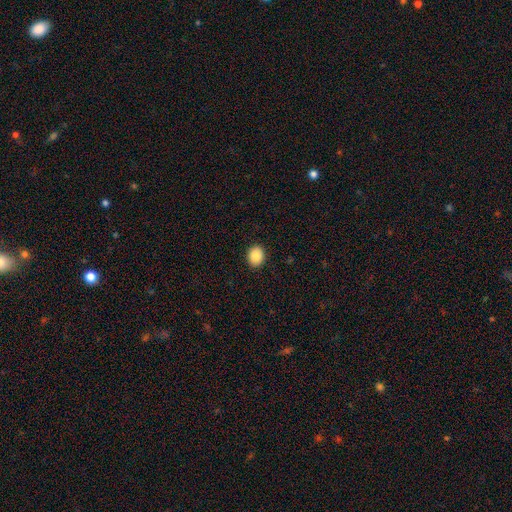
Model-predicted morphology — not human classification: A smooth galaxy with no disk features (86%) that is round (55%). Merging: none (92%).